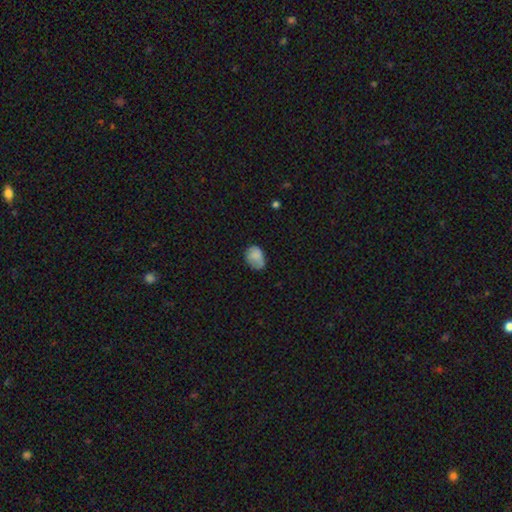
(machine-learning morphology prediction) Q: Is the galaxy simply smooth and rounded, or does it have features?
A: smooth — 78%.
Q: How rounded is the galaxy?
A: in between — 71%.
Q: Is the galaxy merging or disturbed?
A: none — 54%.